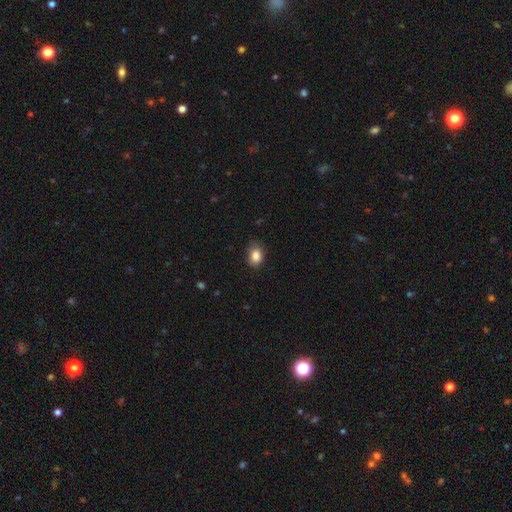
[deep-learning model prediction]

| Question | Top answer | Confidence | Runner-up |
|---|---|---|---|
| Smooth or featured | smooth | 86% | star or artifact (9%) |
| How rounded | in between | 69% | round (30%) |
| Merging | none | 74% | minor disturbance (21%) |